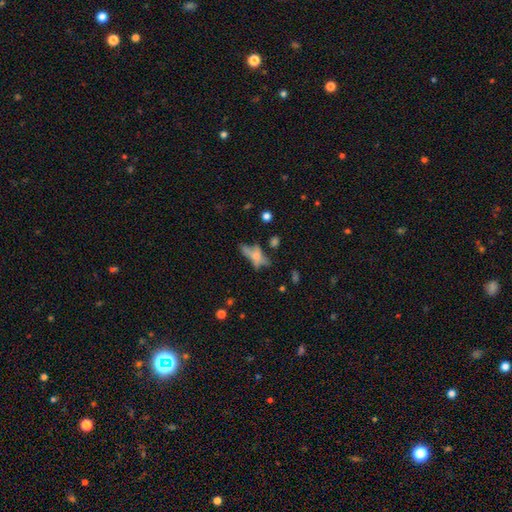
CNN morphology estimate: The model was most divided on "merging": none: 38%, major disturbance: 26%, minor disturbance: 22%, merger: 14%. Remaining: smooth or featured — smooth (49%).